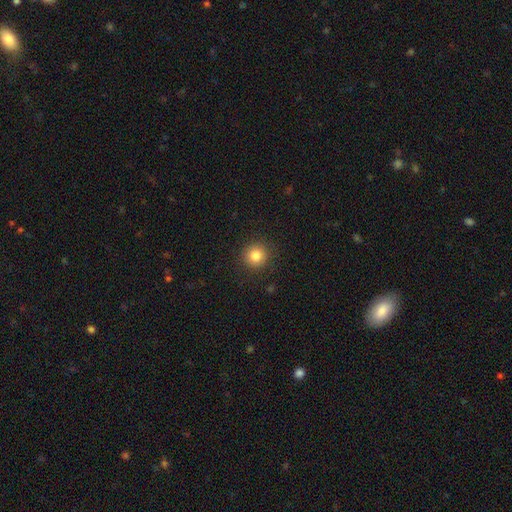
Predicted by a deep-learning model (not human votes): Morphology: type=smooth (83%); roundness=round (94%); merging=none (91%).